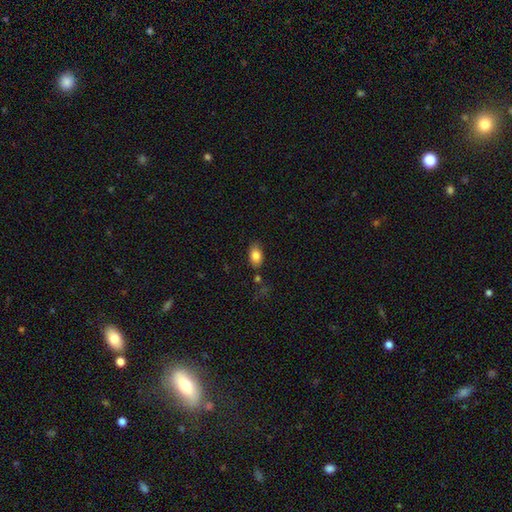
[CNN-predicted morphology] smooth_or_featured: smooth (p=0.83) [alt: featured or disk p=0.09]
how_rounded: in between (p=0.89) [alt: round p=0.09]
merging: none (p=0.79) [alt: minor disturbance p=0.13]